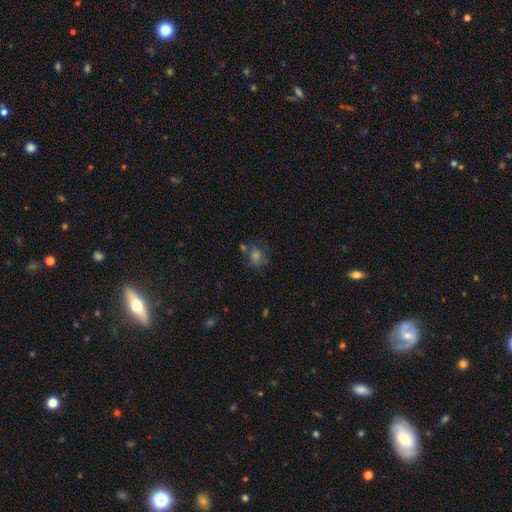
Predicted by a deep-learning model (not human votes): Smooth or featured? smooth (46%)
Merging? none (61%)